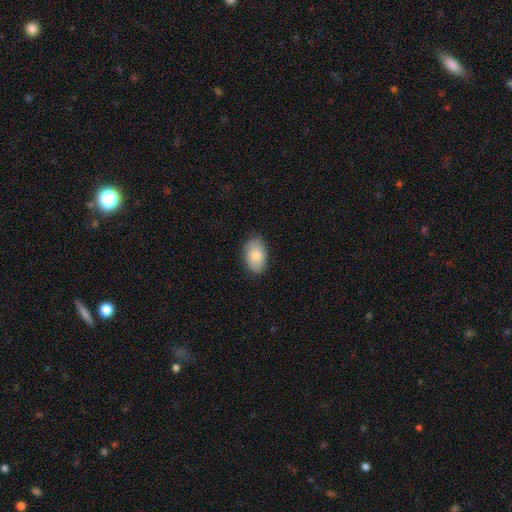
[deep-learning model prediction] Smooth or featured?
  - smooth: 85% *
  - featured or disk: 9%
  - star or artifact: 6%
How rounded?
  - in between: 93% *
  - round: 6%
  - cigar-shaped: 1%
Merging?
  - none: 84% *
  - minor disturbance: 13%
  - major disturbance: 3%
  - merger: 1%